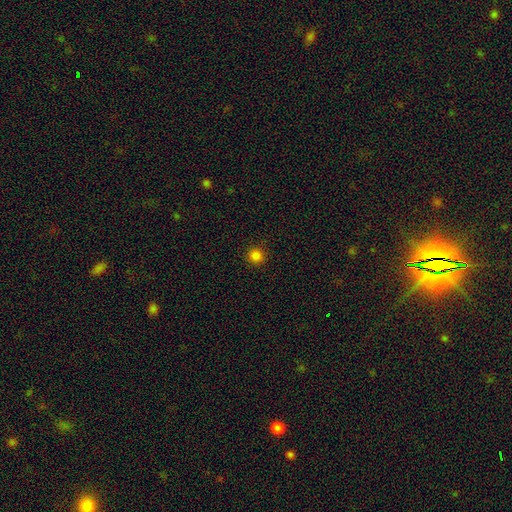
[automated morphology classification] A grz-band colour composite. It shows a smooth galaxy with no disk features (83%) that is round (94%). Merging: none (92%).